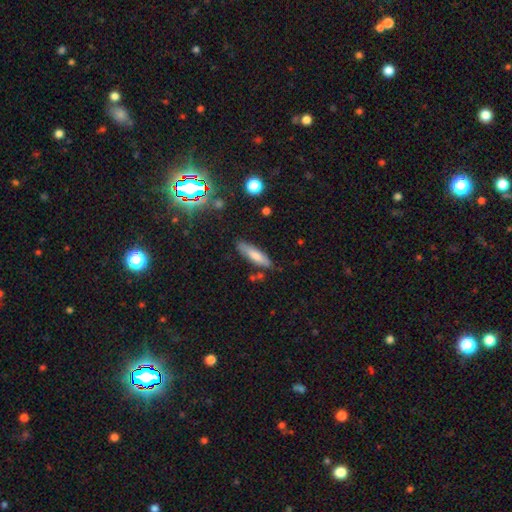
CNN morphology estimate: smooth 74%, featured or disk 19%, star or artifact 7%. Down the decision tree: how rounded — cigar-shaped (62%); merging — none (78%).